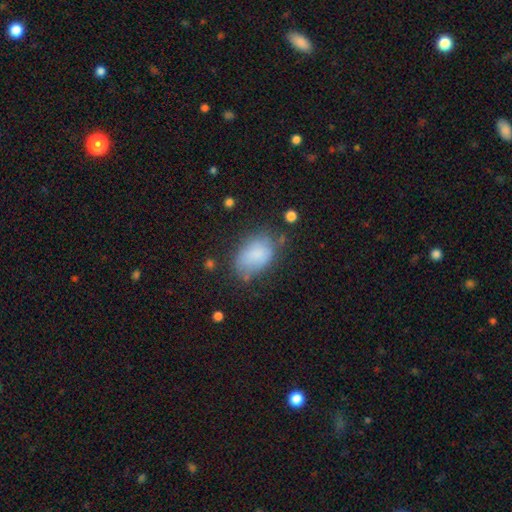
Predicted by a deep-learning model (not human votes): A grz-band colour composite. It shows a smooth galaxy with no disk features (79%) that is in between round and cigar-shaped (86%). Merging: none (52%).